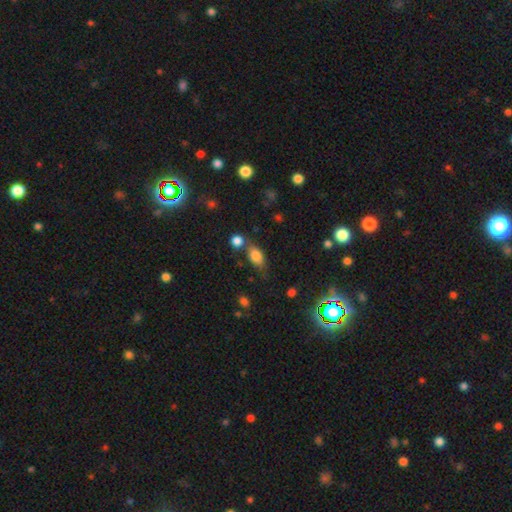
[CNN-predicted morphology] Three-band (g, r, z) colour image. It shows a smooth galaxy with no disk features (80%) that is in between round and cigar-shaped (83%). Merging: none (57%).